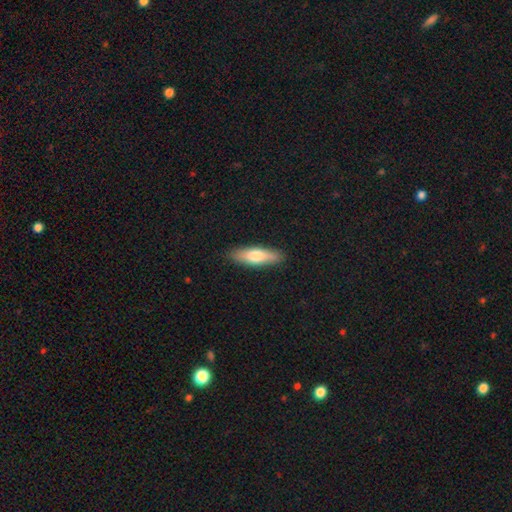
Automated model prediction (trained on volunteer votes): Smooth or featured: smooth — 71% (featured or disk — 24%)
How rounded: cigar-shaped — 58% (in between — 40%)
Merging: none — 87% (minor disturbance — 10%)